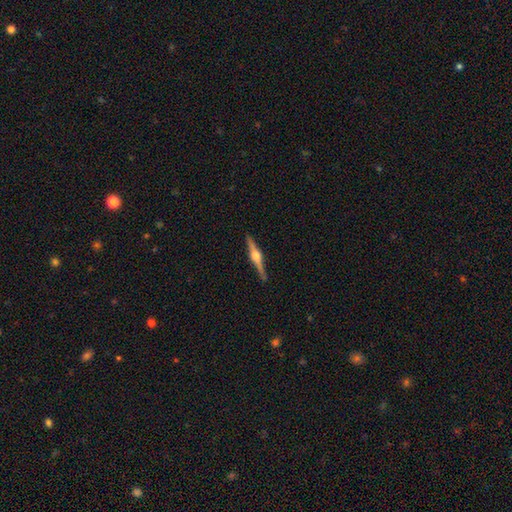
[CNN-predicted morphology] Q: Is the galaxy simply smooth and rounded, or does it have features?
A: featured or disk — 83%.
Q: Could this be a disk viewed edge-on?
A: yes — 98%.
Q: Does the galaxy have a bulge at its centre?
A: rounded — 95%.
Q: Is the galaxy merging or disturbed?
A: none — 90%.